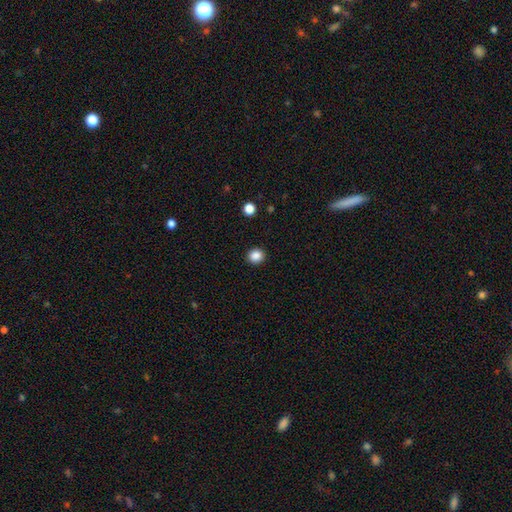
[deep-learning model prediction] Smooth or featured? Predicted: smooth (p=0.87). How rounded? Predicted: round (p=0.85). Merging? Predicted: none (p=0.92).